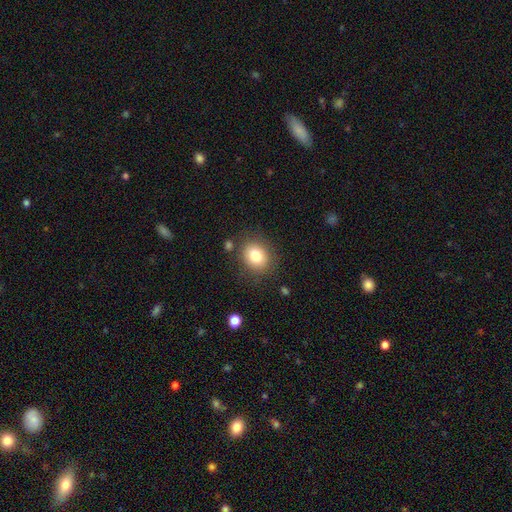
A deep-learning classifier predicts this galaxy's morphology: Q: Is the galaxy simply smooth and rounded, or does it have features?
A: smooth — 82%.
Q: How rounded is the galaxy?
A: round — 65%.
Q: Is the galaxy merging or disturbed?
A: none — 81%.